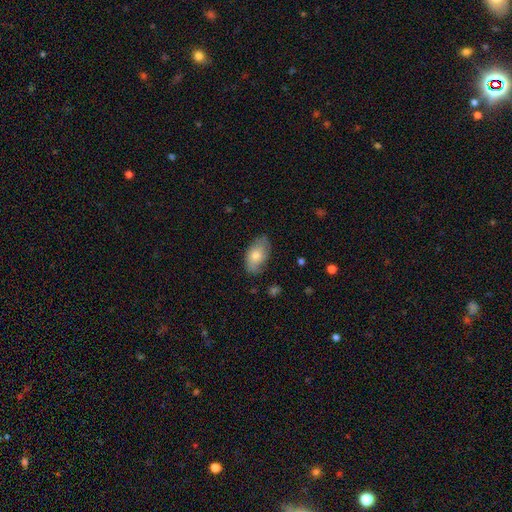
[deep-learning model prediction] smooth-or-featured: smooth: 70% | featured or disk: 23% | star or artifact: 7%
  how-rounded: in between: 93% | round: 5% | cigar-shaped: 2%
  merging: none: 75% | minor disturbance: 20% | major disturbance: 4% | merger: 1%